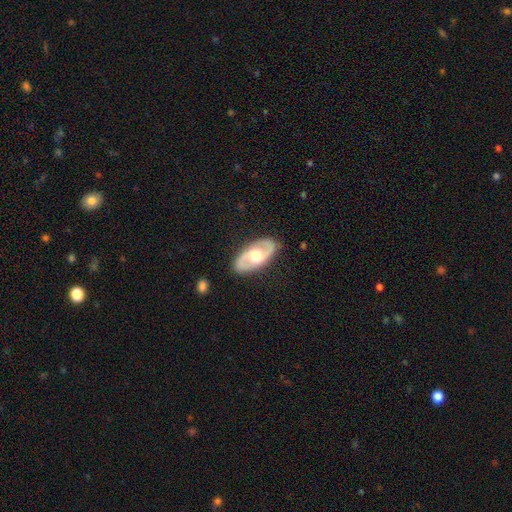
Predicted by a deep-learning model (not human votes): Smooth or featured: featured or disk — 78% (smooth — 18%)
Edge-on disk: no — 93% (yes — 7%)
Bar: no — 51% (weak — 37%)
Spiral arms: yes — 85% (no — 15%)
Spiral winding: medium — 51% (loose — 26%)
Spiral arm count: 2 — 90% (can't tell — 5%)
Bulge size: moderate — 60% (large — 30%)
Merging: none — 86% (minor disturbance — 10%)